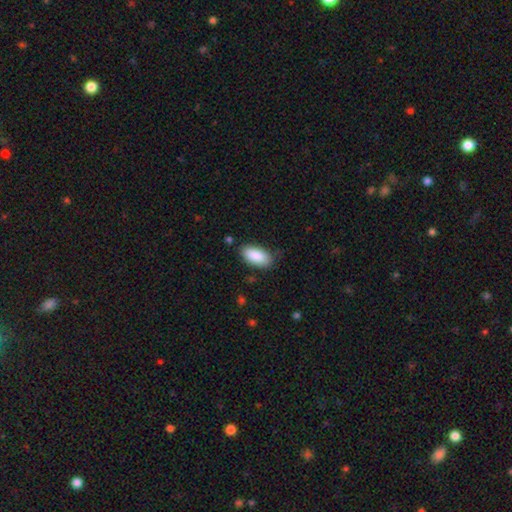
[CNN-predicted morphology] A smooth galaxy with no disk features (89%) that is in between round and cigar-shaped (93%). Merging: none (82%).